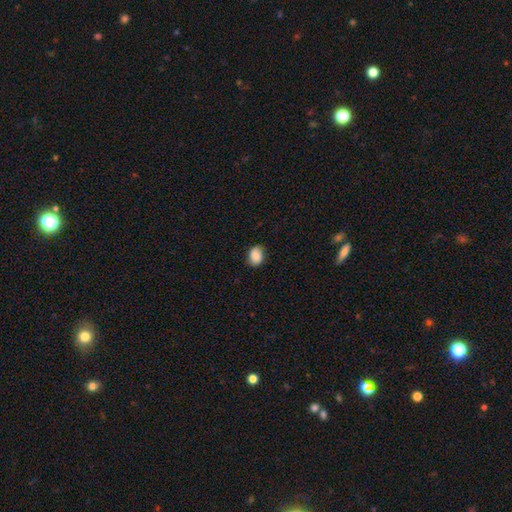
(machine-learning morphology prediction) Q: Smooth or featured?
A: smooth (86%); runner-up: star or artifact (8%)
Q: How rounded?
A: in between (67%); runner-up: round (32%)
Q: Merging?
A: none (82%); runner-up: minor disturbance (14%)